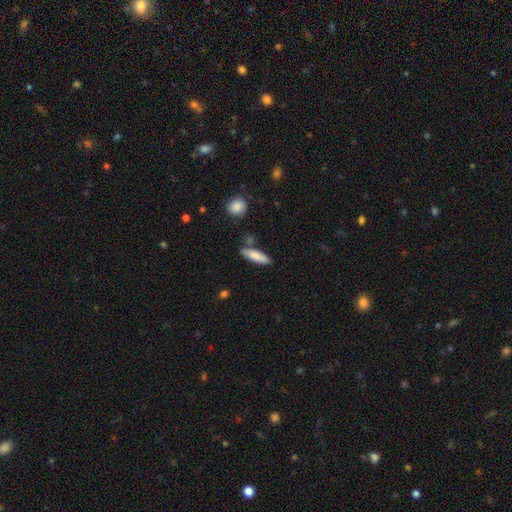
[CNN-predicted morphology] smooth_or_featured: smooth (p=0.82) [alt: featured or disk p=0.12]
how_rounded: cigar-shaped (p=0.58) [alt: in between p=0.40]
merging: none (p=0.77) [alt: minor disturbance p=0.13]